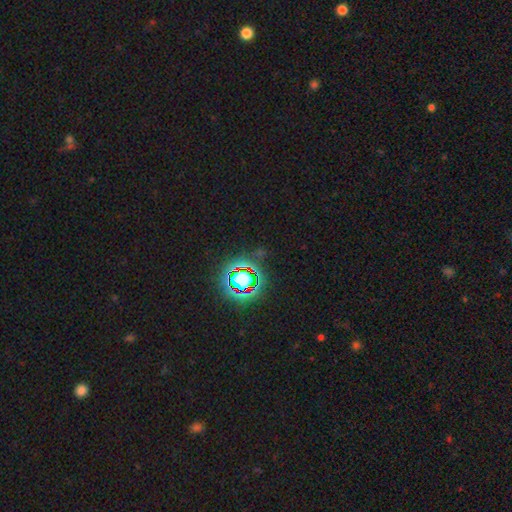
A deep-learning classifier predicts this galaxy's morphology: star or artifact 79%, smooth 13%, featured or disk 8%.